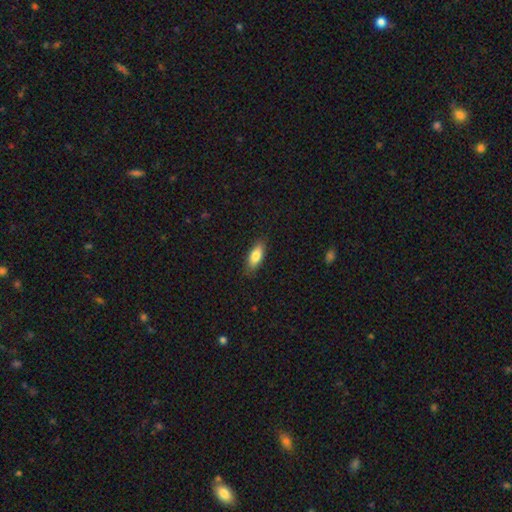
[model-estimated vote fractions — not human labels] The model was most divided on "how rounded": in between: 73%, cigar-shaped: 24%, round: 2%. More confident: merging — none (85%); smooth or featured — smooth (81%).